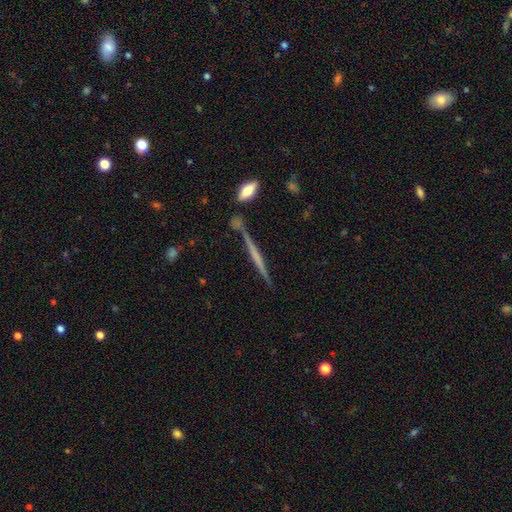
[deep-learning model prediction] Smooth or featured: featured or disk — 66% (smooth — 27%)
Edge-on disk: yes — 98% (no — 2%)
Edge-on bulge: none — 66% (rounded — 21%)
Merging: none — 83% (minor disturbance — 10%)